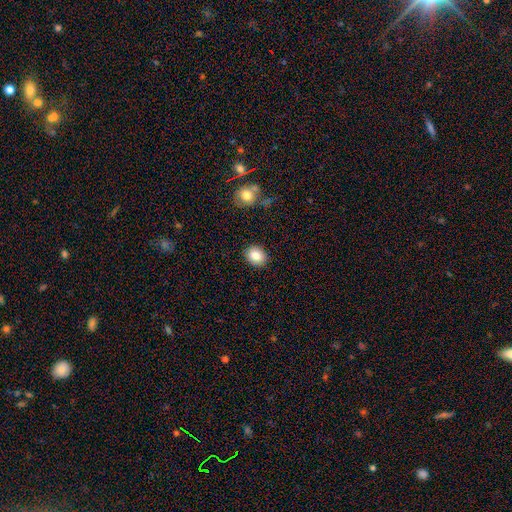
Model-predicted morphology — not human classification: The model was most divided on "how rounded": round: 61%, in between: 38%, cigar-shaped: 1%. More confident: merging — none (90%); smooth or featured — smooth (84%).